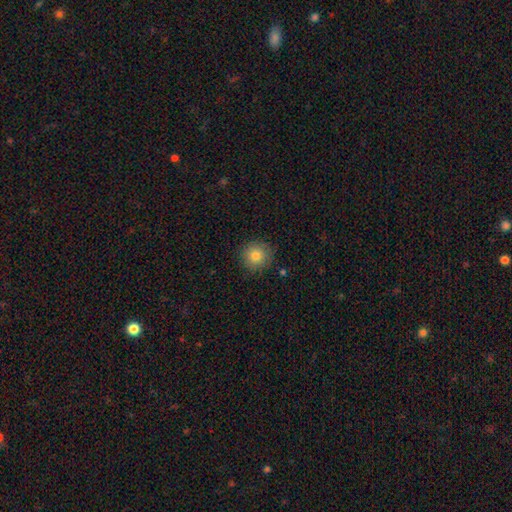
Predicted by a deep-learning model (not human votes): Smooth or featured?
  - smooth: 82% *
  - star or artifact: 10%
  - featured or disk: 8%
How rounded?
  - round: 93% *
  - in between: 6%
  - cigar-shaped: 1%
Merging?
  - none: 87% *
  - minor disturbance: 9%
  - major disturbance: 2%
  - merger: 1%